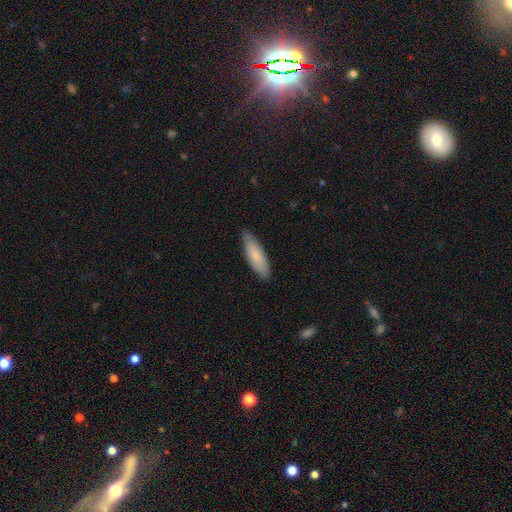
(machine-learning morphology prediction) Smooth or featured: smooth — 79% (featured or disk — 15%)
How rounded: cigar-shaped — 50% (in between — 49%)
Merging: none — 85% (minor disturbance — 12%)